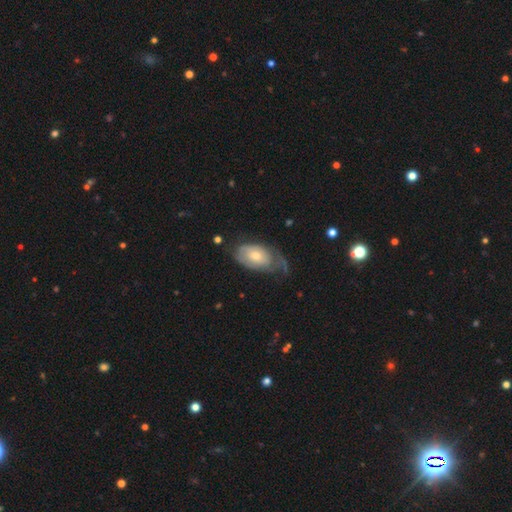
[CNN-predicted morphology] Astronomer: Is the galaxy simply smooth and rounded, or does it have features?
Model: smooth — 48% (runner-up: featured or disk, 46%).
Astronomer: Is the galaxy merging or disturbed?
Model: none — 35% (runner-up: minor disturbance, 33%).